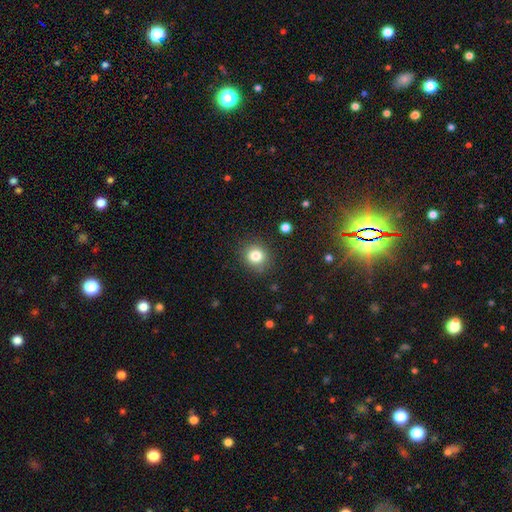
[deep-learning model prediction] This is clearly a smooth galaxy (82%). How rounded: clearly round (85%). Merging: clearly none (87%).